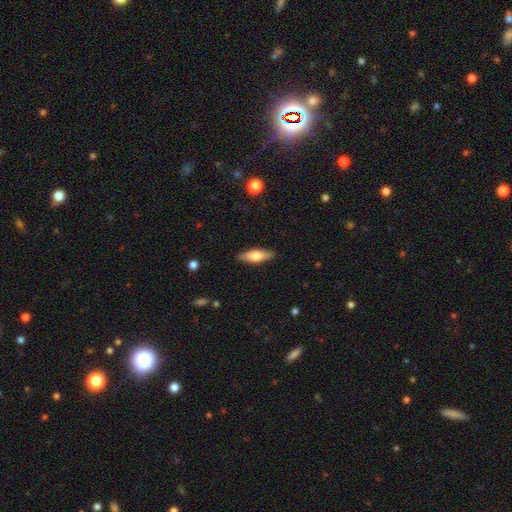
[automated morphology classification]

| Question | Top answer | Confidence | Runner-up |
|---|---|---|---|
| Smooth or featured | smooth | 65% | featured or disk (29%) |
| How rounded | in between | 54% | cigar-shaped (44%) |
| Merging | none | 87% | minor disturbance (9%) |